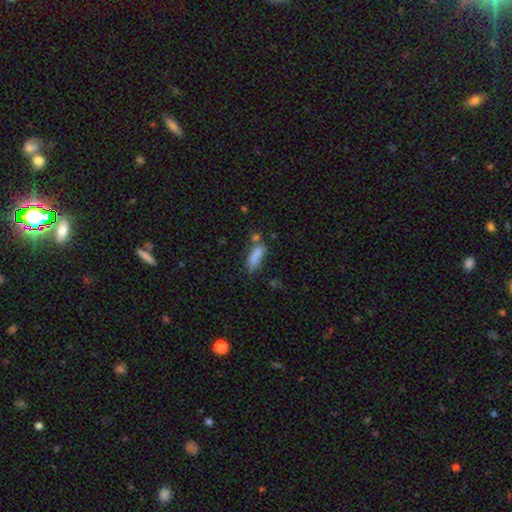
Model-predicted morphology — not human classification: This is clearly a smooth galaxy (81%). How rounded: likely in between (68%). Merging: possibly none (47%).